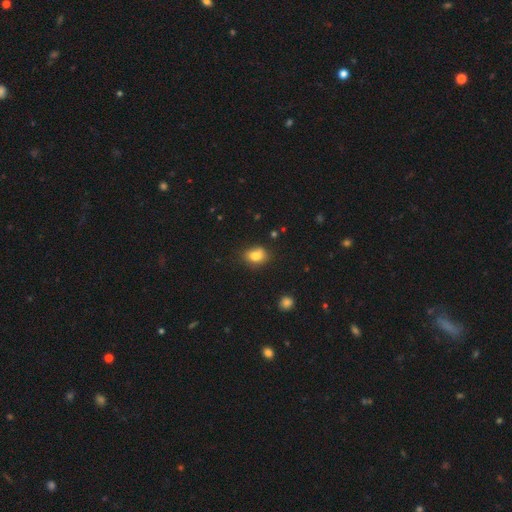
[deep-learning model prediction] Smooth or featured?
  - smooth: 81% *
  - star or artifact: 11%
  - featured or disk: 9%
How rounded?
  - in between: 55% *
  - round: 43%
  - cigar-shaped: 1%
Merging?
  - none: 70% *
  - minor disturbance: 20%
  - merger: 5%
  - major disturbance: 4%